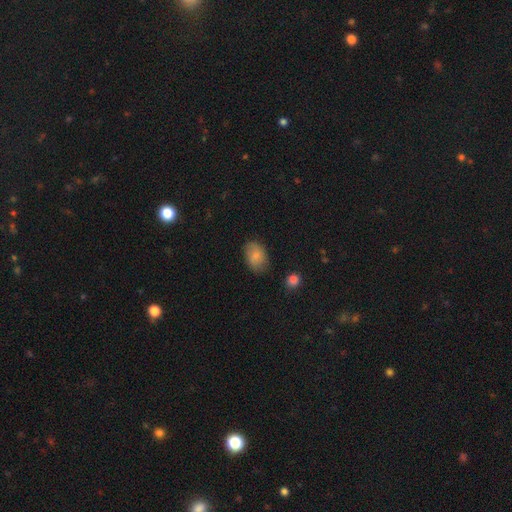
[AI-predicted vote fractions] The model was most divided on "merging": none: 76%, minor disturbance: 18%, major disturbance: 4%, merger: 2%. More confident: how rounded — in between (82%); smooth or featured — smooth (80%).